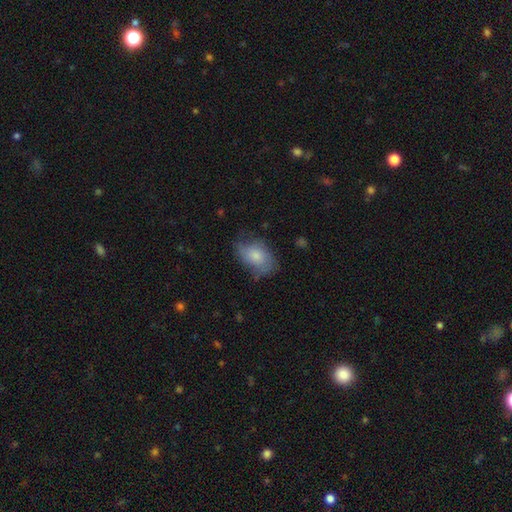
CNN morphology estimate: smooth 71%, featured or disk 22%, star or artifact 7%. Down the decision tree: how rounded — in between (86%); merging — none (55%).